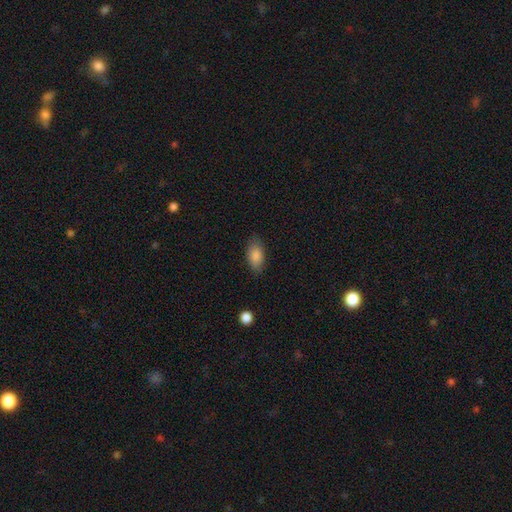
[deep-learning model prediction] This appears to be a smooth galaxy with no disk features (85%) that is in between round and cigar-shaped (91%). Merging: none (82%).